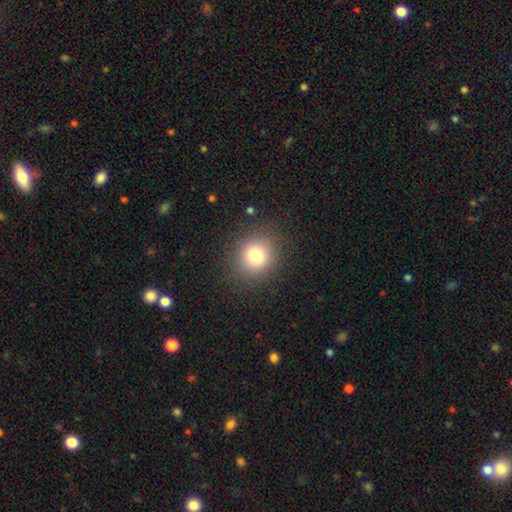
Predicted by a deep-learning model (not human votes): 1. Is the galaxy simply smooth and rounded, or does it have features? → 78% smooth, 13% star or artifact, 9% featured or disk.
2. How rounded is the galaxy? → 79% round, 20% in between, 1% cigar-shaped.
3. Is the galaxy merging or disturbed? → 86% none, 9% minor disturbance, 4% major disturbance, 1% merger.